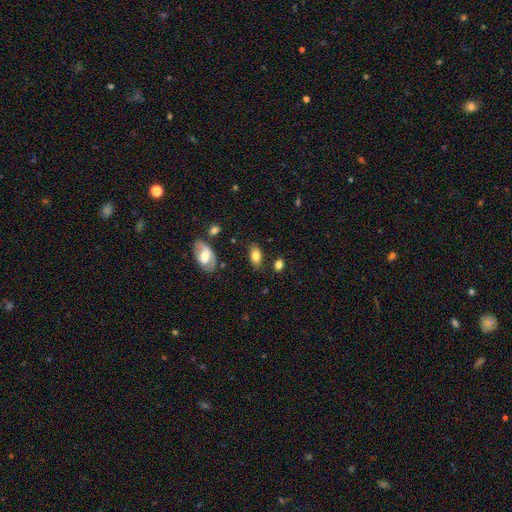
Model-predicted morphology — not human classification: Smooth or featured? Predicted: smooth (p=0.79). How rounded? Predicted: in between (p=0.90). Merging? Predicted: none (p=0.79).